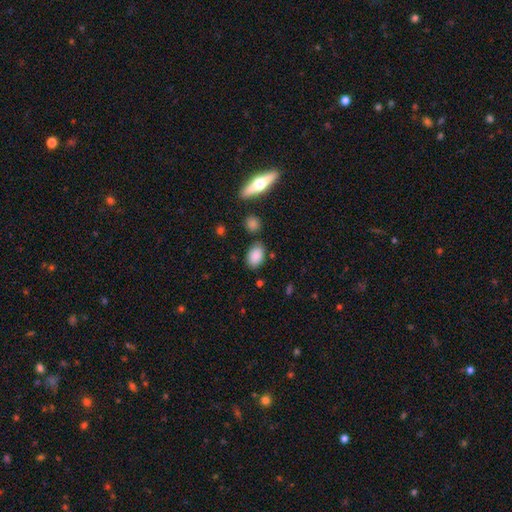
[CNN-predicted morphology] smooth-or-featured: smooth: 87% | star or artifact: 8% | featured or disk: 6%
  how-rounded: in between: 88% | round: 10% | cigar-shaped: 2%
  merging: none: 79% | minor disturbance: 13% | merger: 4% | major disturbance: 3%